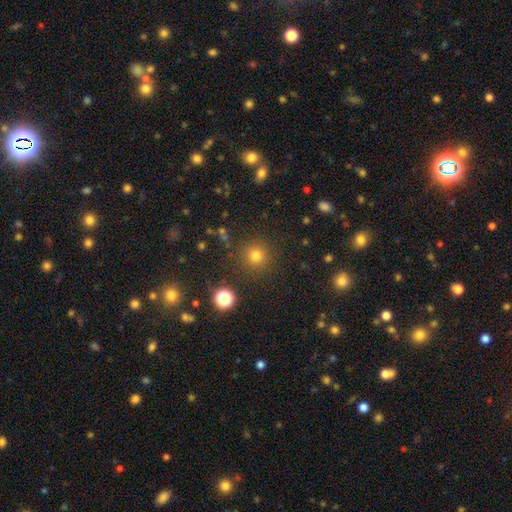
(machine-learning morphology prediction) type=smooth (74%); roundness=round (95%); merging=none (89%).